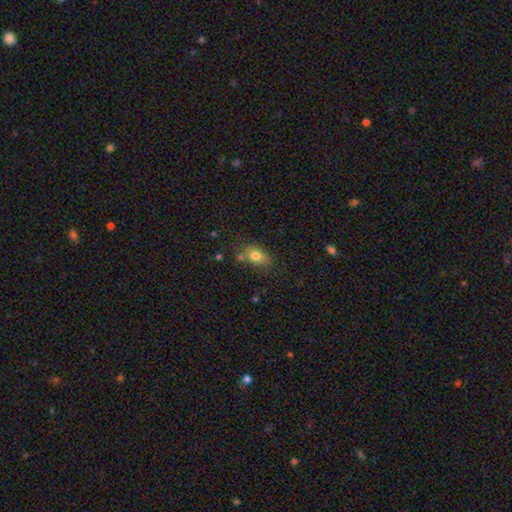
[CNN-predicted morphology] A smooth galaxy with no disk features (79%) that is in between round and cigar-shaped (78%).

Vote fractions:
- Smooth or featured? smooth: 79% / featured or disk: 11% / star or artifact: 10%
- How rounded? in between: 78% / round: 20% / cigar-shaped: 2%
- Merging? none: 66% / minor disturbance: 20% / merger: 9% / major disturbance: 5%